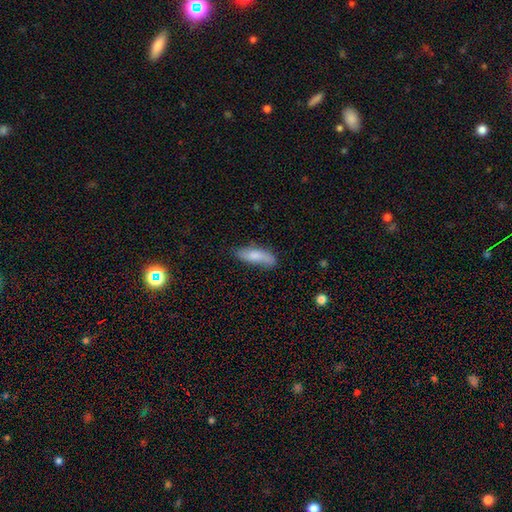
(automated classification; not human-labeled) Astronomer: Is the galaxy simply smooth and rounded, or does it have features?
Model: smooth — 76%.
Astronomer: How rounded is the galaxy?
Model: in between — 51% (runner-up: cigar-shaped, 47%).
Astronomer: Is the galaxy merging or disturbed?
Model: none — 63%.